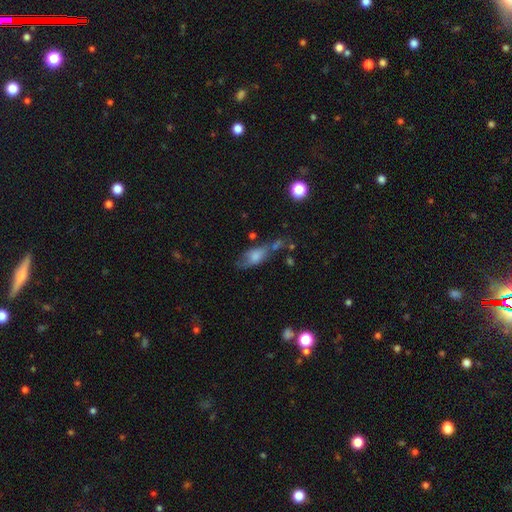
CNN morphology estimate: A smooth galaxy with no disk features (65%) that is in between round and cigar-shaped (77%).

Vote fractions:
- Smooth or featured? smooth: 65% / featured or disk: 26% / star or artifact: 9%
- How rounded? in between: 77% / cigar-shaped: 18% / round: 5%
- Merging? none: 39% / minor disturbance: 29% / major disturbance: 19% / merger: 13%